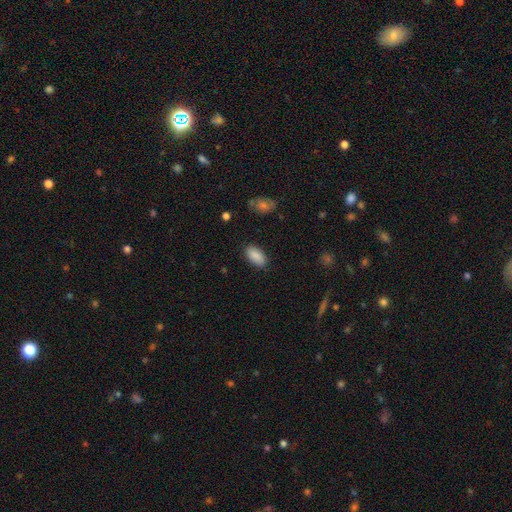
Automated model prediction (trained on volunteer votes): Smooth or featured?
  - smooth: 89% *
  - star or artifact: 7%
  - featured or disk: 4%
How rounded?
  - in between: 94% *
  - cigar-shaped: 3%
  - round: 3%
Merging?
  - none: 87% *
  - minor disturbance: 9%
  - major disturbance: 3%
  - merger: 1%